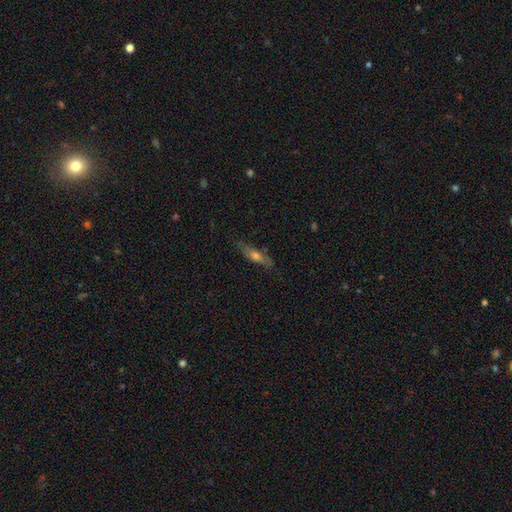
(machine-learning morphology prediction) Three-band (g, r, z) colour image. It shows a featured or disk galaxy (47%). Merging: none (81%).